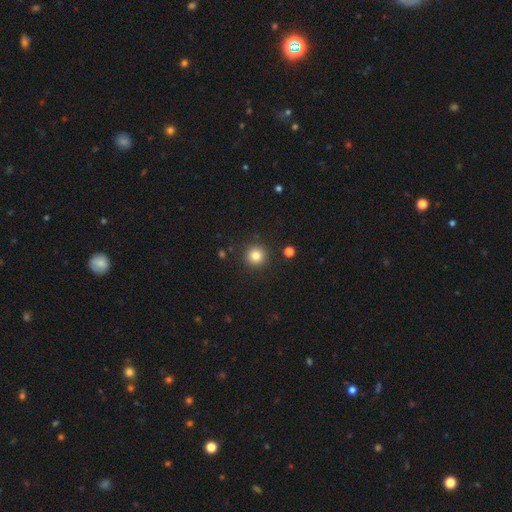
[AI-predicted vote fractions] Smooth or featured?
  - smooth: 82% *
  - star or artifact: 12%
  - featured or disk: 6%
How rounded?
  - round: 95% *
  - in between: 4%
  - cigar-shaped: 1%
Merging?
  - none: 90% *
  - minor disturbance: 6%
  - major disturbance: 2%
  - merger: 2%